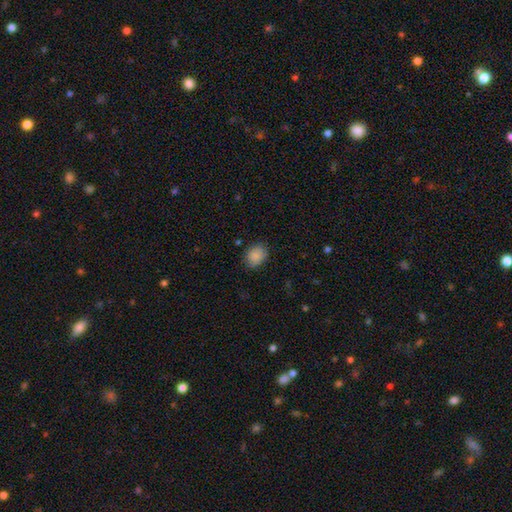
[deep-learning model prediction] Smooth or featured?
  - smooth: 87% *
  - star or artifact: 8%
  - featured or disk: 5%
How rounded?
  - in between: 51% *
  - round: 48%
  - cigar-shaped: 1%
Merging?
  - none: 80% *
  - minor disturbance: 16%
  - major disturbance: 3%
  - merger: 1%